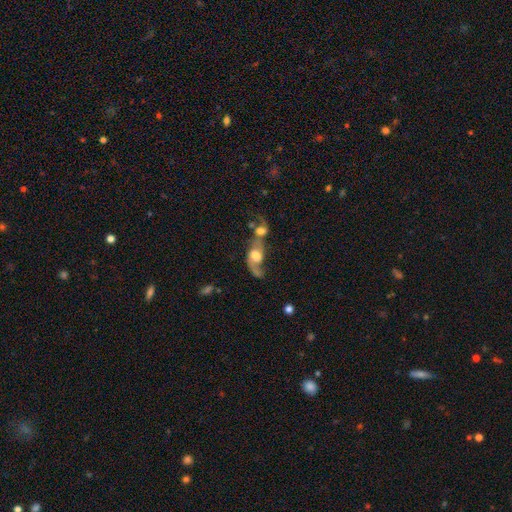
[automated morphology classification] Smooth or featured?
  - featured or disk: 64% *
  - smooth: 27%
  - star or artifact: 9%
Edge-on disk?
  - no: 92% *
  - yes: 8%
Bar?
  - no: 58% *
  - weak: 32%
  - strong: 10%
Spiral arms?
  - yes: 82% *
  - no: 18%
Bulge size?
  - large: 43% *
  - moderate: 37%
  - small: 8%
  - none: 6%
  - dominant: 5%
Merging?
  - merger: 67% *
  - none: 14%
  - major disturbance: 12%
  - minor disturbance: 7%